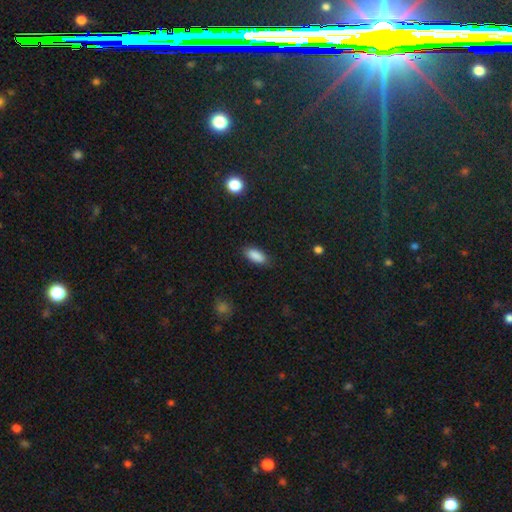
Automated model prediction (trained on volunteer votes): This appears to be a smooth galaxy with no disk features (88%) that is in between round and cigar-shaped (88%). Merging: none (84%).